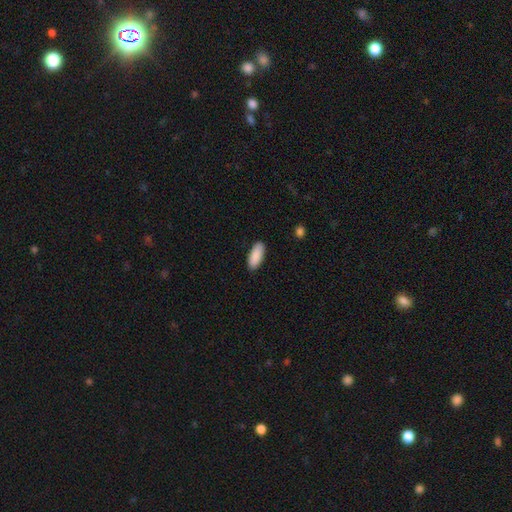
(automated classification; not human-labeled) The model was most divided on "how rounded": in between: 85%, cigar-shaped: 14%, round: 2%. More confident: smooth or featured — smooth (91%); merging — none (89%).